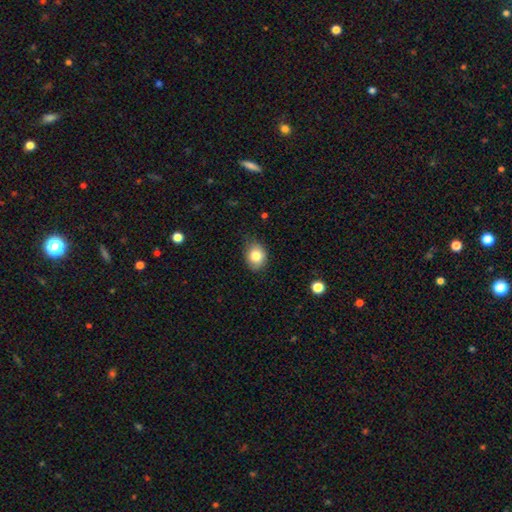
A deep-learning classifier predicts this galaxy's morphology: Smooth or featured? Predicted: smooth (p=0.82). How rounded? Predicted: in between (p=0.52). Merging? Predicted: none (p=0.73).